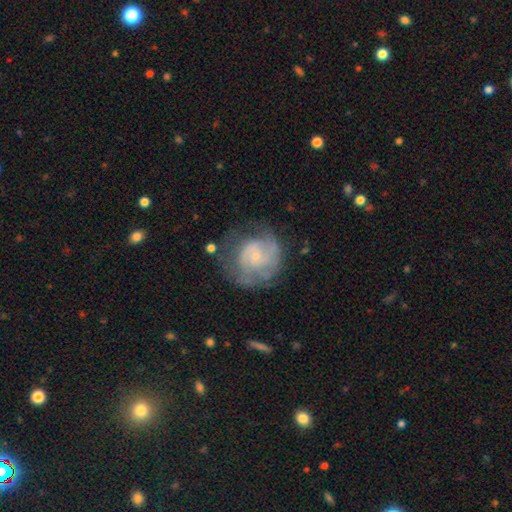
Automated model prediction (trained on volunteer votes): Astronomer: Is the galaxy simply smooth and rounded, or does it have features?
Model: featured or disk — 69%.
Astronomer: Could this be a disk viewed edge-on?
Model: no — 98%.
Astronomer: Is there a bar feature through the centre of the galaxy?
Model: no — 71%.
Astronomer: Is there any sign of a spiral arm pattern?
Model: yes — 82%.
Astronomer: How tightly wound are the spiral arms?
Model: tight — 49% (runner-up: medium, 36%).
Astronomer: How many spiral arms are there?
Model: can't tell — 38% (runner-up: 2, 35%).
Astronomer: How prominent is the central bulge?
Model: small — 78%.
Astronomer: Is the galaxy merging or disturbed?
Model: none — 56%.